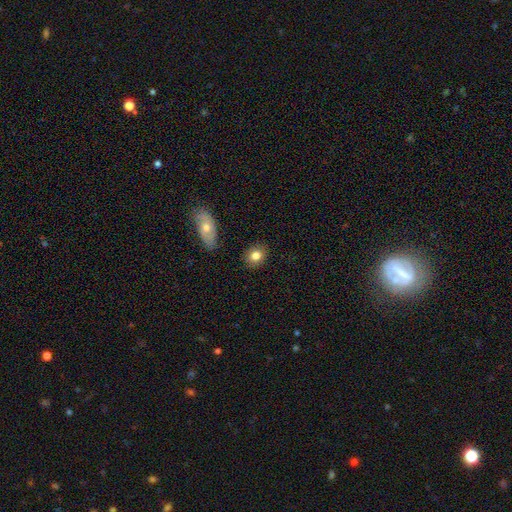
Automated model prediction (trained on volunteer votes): Morphology: type=smooth (80%); roundness=round (55%); merging=none (85%).